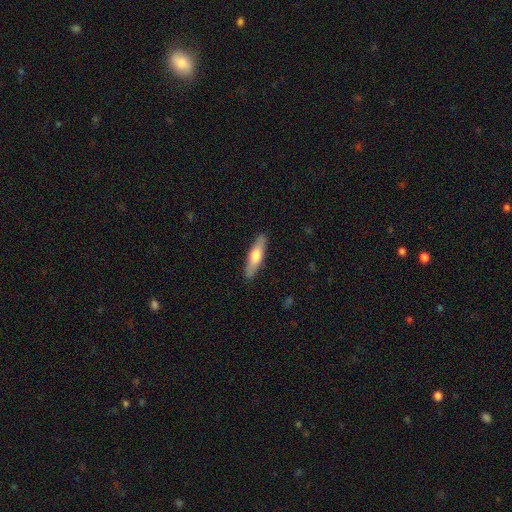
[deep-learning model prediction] A smooth galaxy with no disk features (61%) that is cigar-shaped (72%). Merging: none (89%).